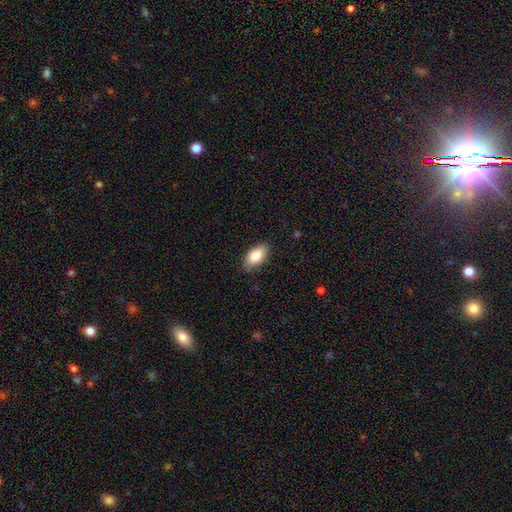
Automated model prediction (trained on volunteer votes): smooth 82%, featured or disk 11%, star or artifact 7%. Down the decision tree: how rounded — in between (91%); merging — none (86%).